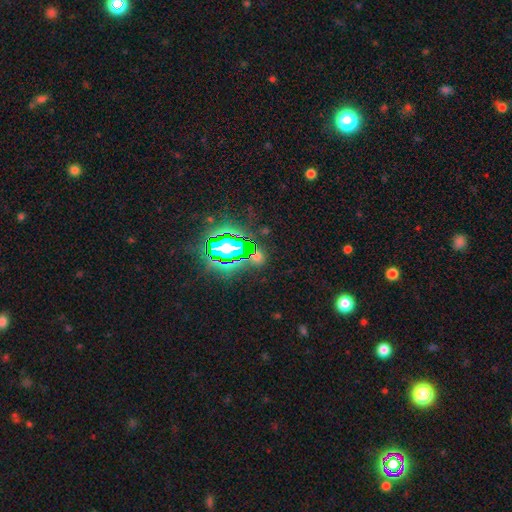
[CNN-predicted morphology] smooth_or_featured: star or artifact (p=0.67) [alt: smooth p=0.23]